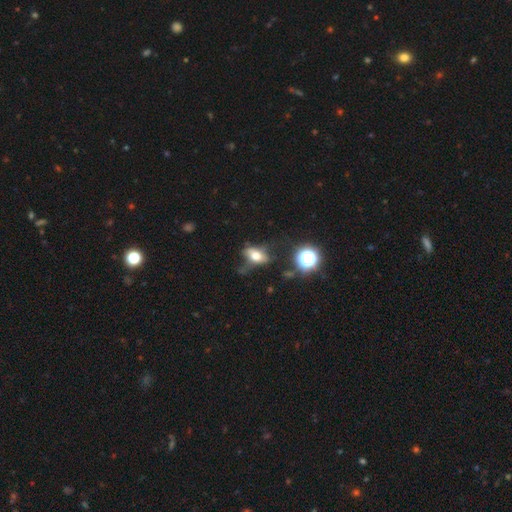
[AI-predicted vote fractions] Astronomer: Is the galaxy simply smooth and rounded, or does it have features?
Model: smooth — 56%.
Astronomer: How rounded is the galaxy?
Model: in between — 78%.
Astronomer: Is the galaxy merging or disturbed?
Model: none — 40% (runner-up: minor disturbance, 28%).